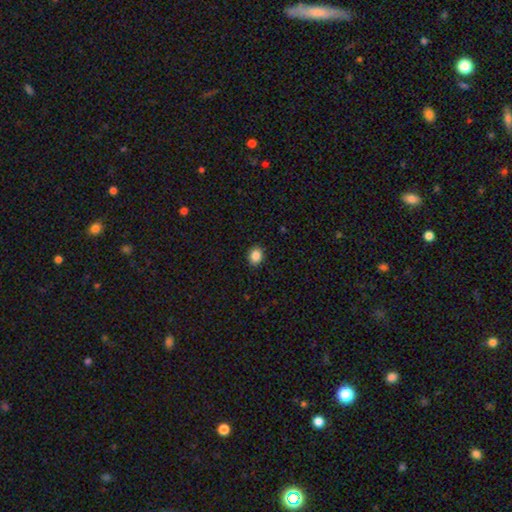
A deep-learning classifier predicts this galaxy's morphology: A smooth galaxy with no disk features (87%) that is round (50%).

Vote fractions:
- Smooth or featured? smooth: 87% / star or artifact: 9% / featured or disk: 4%
- How rounded? round: 50% / in between: 49% / cigar-shaped: 1%
- Merging? none: 91% / minor disturbance: 7% / major disturbance: 2% / merger: 1%